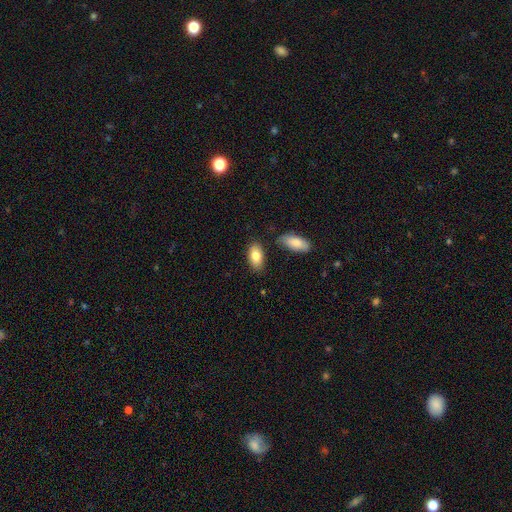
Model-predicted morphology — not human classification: Smooth or featured? smooth (82%)
How rounded? in between (93%)
Merging? none (79%)